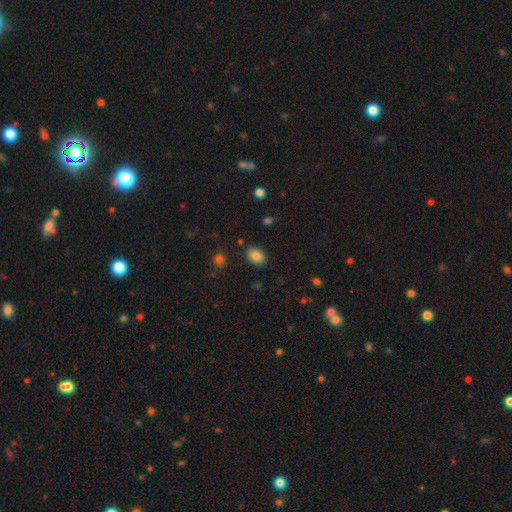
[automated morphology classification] A smooth galaxy with no disk features (85%) that is in between round and cigar-shaped (76%). Merging: none (86%).